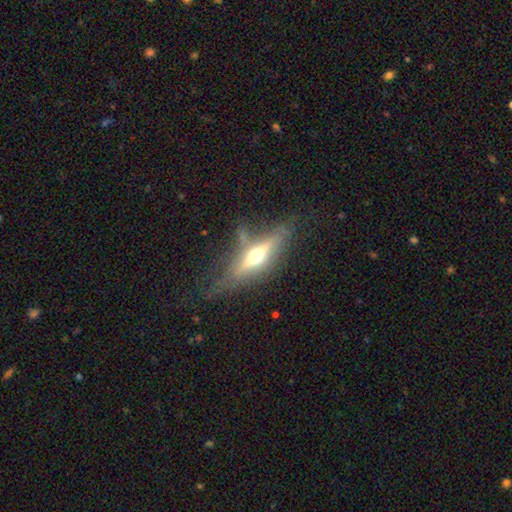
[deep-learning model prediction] This appears to be a featured or disk galaxy (63%) viewed edge-on (82%) with a rounded central bulge (93%). Merging: none (61%).